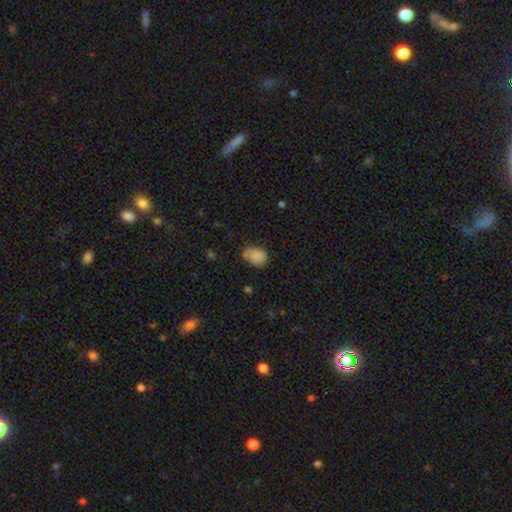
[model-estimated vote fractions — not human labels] Smooth or featured?
  - smooth: 83% *
  - star or artifact: 10%
  - featured or disk: 7%
How rounded?
  - in between: 73% *
  - round: 26%
  - cigar-shaped: 1%
Merging?
  - none: 59% *
  - minor disturbance: 30%
  - major disturbance: 7%
  - merger: 4%